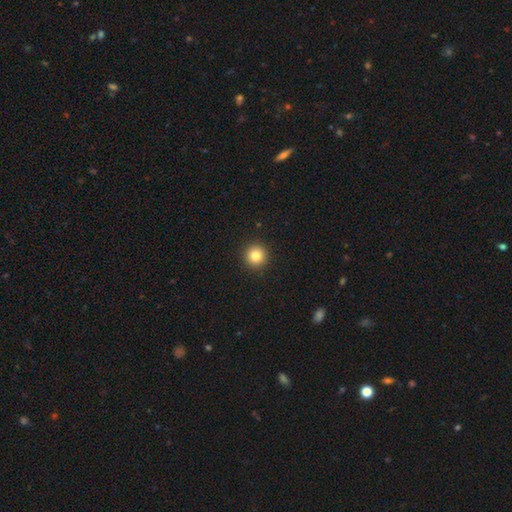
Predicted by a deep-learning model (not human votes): The model was most divided on "smooth or featured": smooth: 83%, star or artifact: 11%, featured or disk: 6%. More confident: how rounded — round (95%); merging — none (93%).